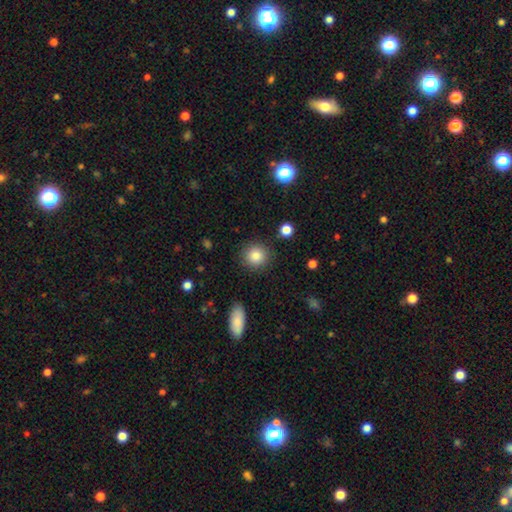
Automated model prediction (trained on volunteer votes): Morphology: type=smooth (85%); roundness=round (91%); merging=none (89%).